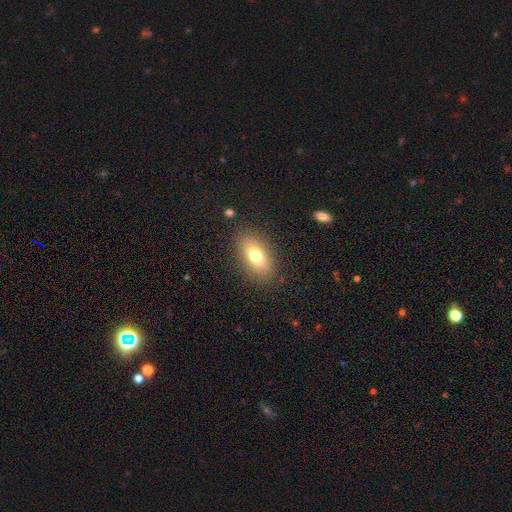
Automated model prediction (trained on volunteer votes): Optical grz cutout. It shows a smooth galaxy with no disk features (74%) that is in between round and cigar-shaped (86%). Merging: none (85%).